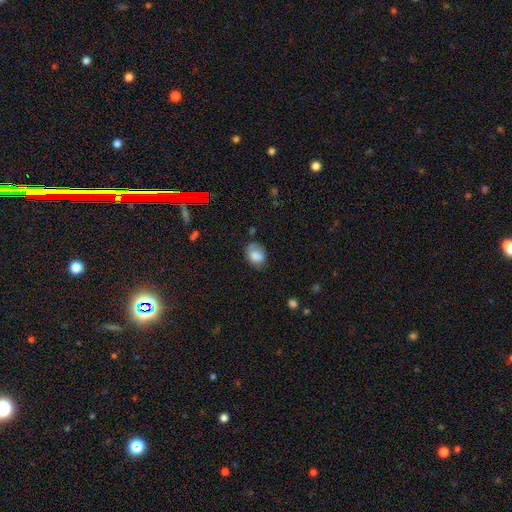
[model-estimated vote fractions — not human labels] smooth 78%, featured or disk 14%, star or artifact 9%. Down the decision tree: how rounded — in between (67%); merging — none (57%).